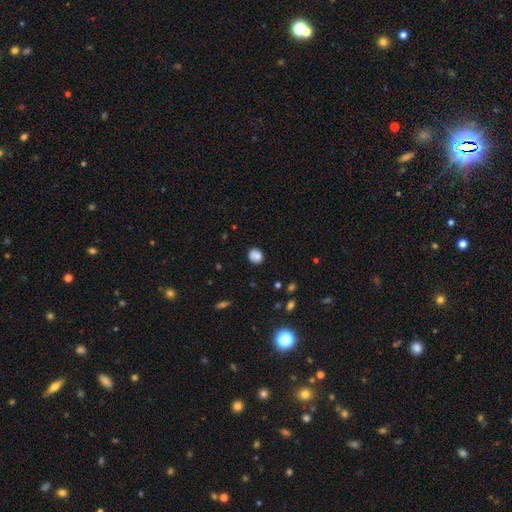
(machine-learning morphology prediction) smooth_or_featured: smooth (p=0.81) [alt: star or artifact p=0.11]
how_rounded: round (p=0.77) [alt: in between p=0.22]
merging: none (p=0.77) [alt: minor disturbance p=0.16]